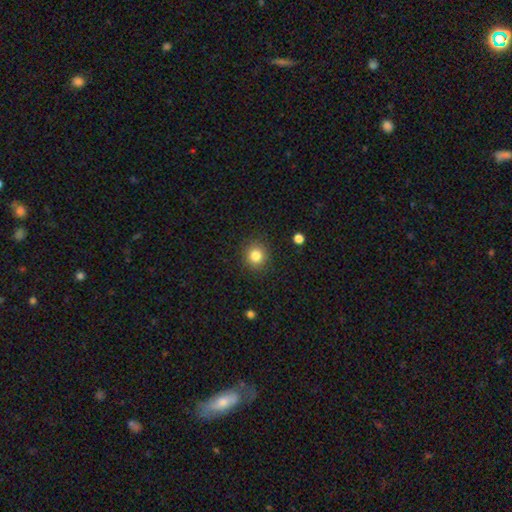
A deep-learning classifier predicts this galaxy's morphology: A smooth galaxy with no disk features (83%) that is round (88%).

Vote fractions:
- Smooth or featured? smooth: 83% / star or artifact: 11% / featured or disk: 6%
- How rounded? round: 88% / in between: 11% / cigar-shaped: 1%
- Merging? none: 89% / minor disturbance: 7% / major disturbance: 2% / merger: 1%